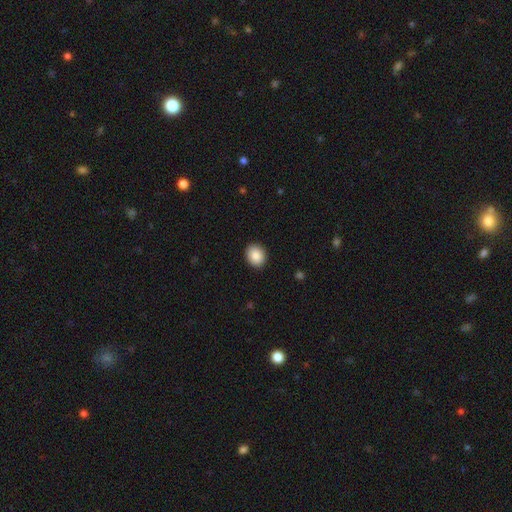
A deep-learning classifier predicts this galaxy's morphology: A smooth galaxy with no disk features (88%) that is round (57%).

Vote fractions:
- Smooth or featured? smooth: 88% / star or artifact: 8% / featured or disk: 4%
- How rounded? round: 57% / in between: 42% / cigar-shaped: 1%
- Merging? none: 91% / minor disturbance: 6% / major disturbance: 2% / merger: 1%